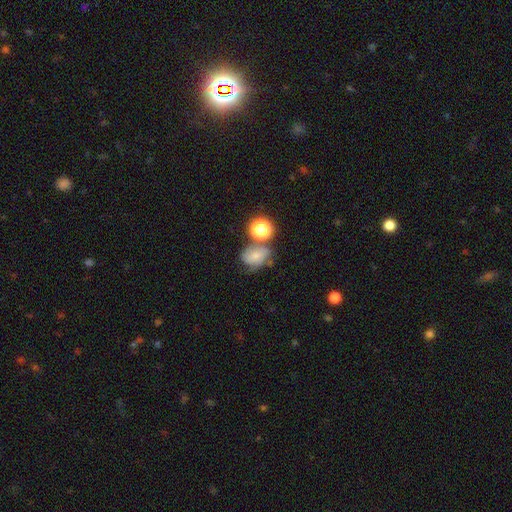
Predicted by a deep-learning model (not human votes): Morphology: type=smooth (50%); roundness=in between (55%); merging=none (42%).